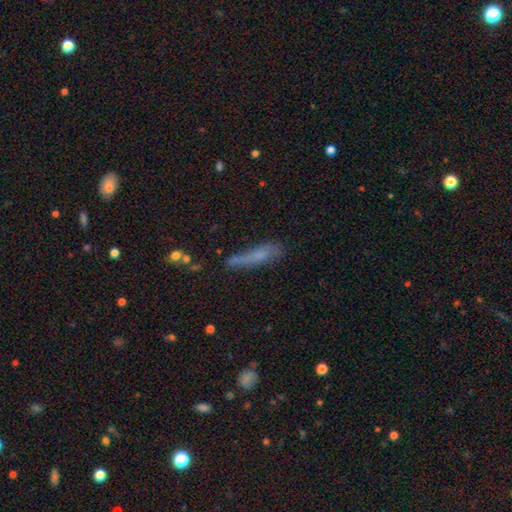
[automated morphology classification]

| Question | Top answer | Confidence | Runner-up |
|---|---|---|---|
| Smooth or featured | smooth | 56% | featured or disk (28%) |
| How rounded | cigar-shaped | 79% | in between (18%) |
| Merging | none | 53% | minor disturbance (26%) |